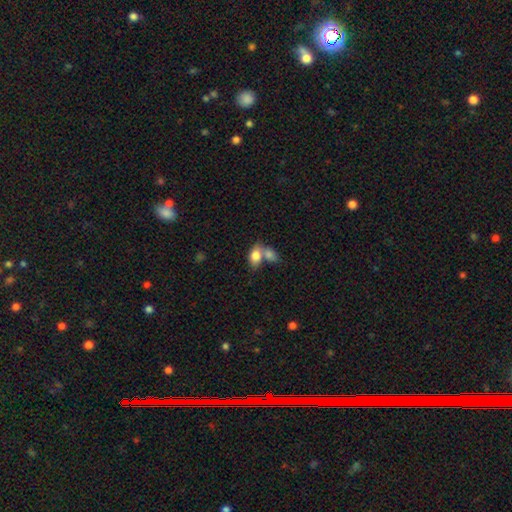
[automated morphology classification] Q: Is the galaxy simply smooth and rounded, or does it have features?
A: smooth — 80%.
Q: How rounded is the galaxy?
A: in between — 84%.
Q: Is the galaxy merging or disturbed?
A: merger — 60%.